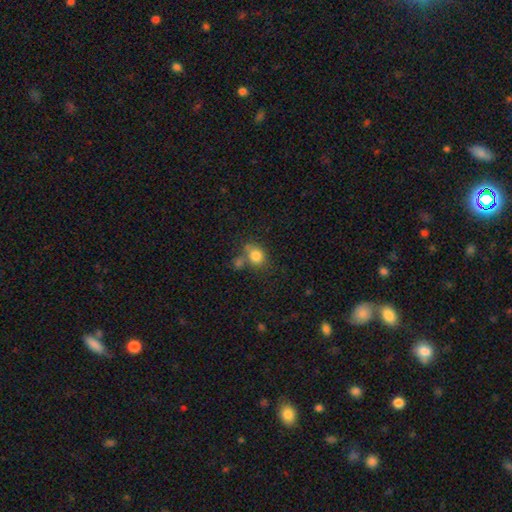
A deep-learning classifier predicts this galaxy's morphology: Overall: smooth (82%). How rounded: round (63%; in between 36%). Merging: none (52%; merger 24%).